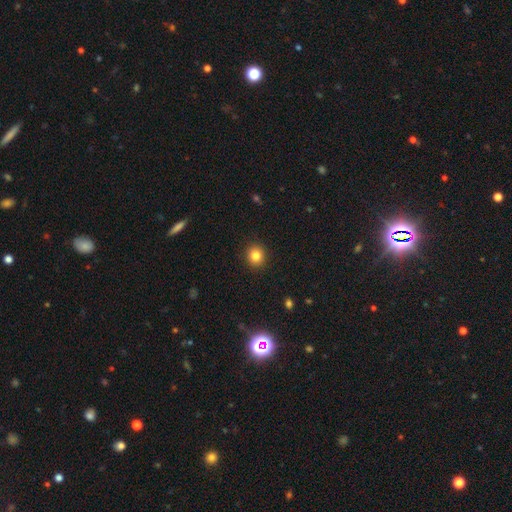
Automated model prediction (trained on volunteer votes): Morphology: type=smooth (83%); roundness=round (88%); merging=none (92%).